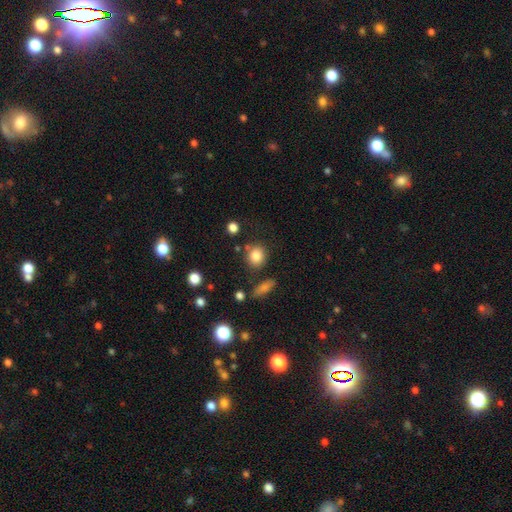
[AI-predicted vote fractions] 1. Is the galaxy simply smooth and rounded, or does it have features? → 83% smooth, 10% star or artifact, 7% featured or disk.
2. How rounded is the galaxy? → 78% round, 21% in between, 2% cigar-shaped.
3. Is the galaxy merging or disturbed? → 76% none, 12% minor disturbance, 8% merger, 4% major disturbance.